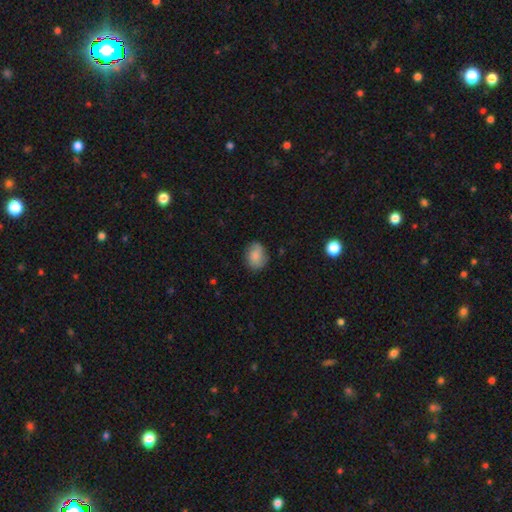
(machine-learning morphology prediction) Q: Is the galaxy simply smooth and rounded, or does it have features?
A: smooth — 82%.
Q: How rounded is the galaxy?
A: in between — 59%.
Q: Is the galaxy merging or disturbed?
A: none — 74%.